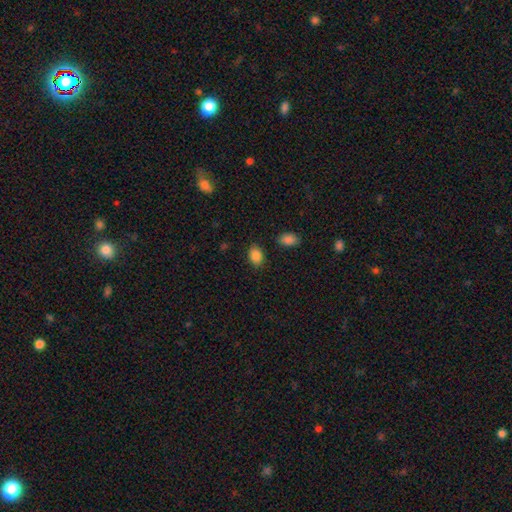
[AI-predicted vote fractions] Overall: smooth (87%). How rounded: in between (76%). Merging: none (84%).